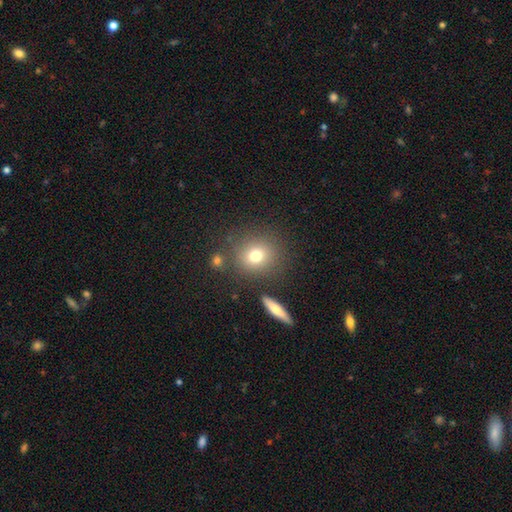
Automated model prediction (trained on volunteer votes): Overall: smooth (75%). How rounded: round (81%). Merging: none (81%).